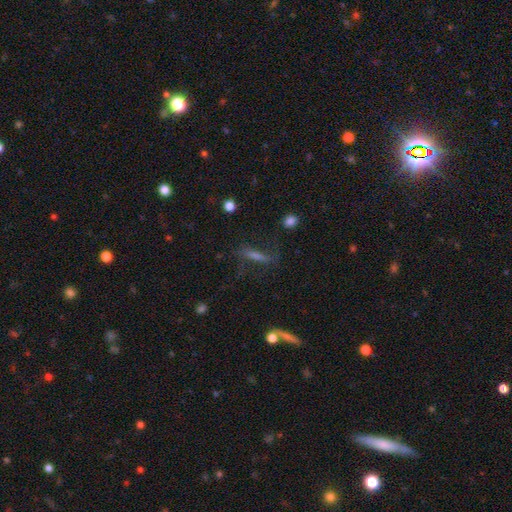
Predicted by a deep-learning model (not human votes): Smooth or featured: featured or disk — 42% (smooth — 38%)
Merging: none — 65% (minor disturbance — 18%)